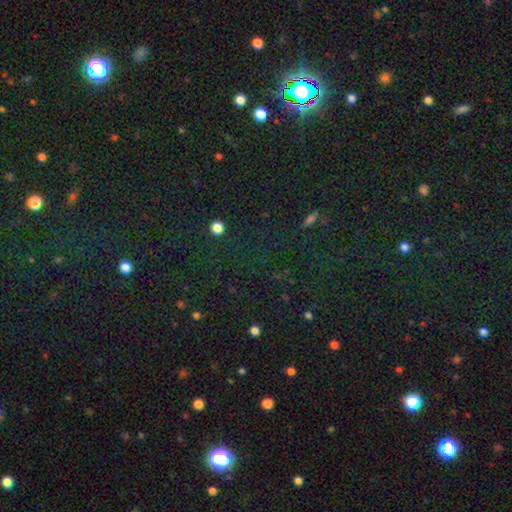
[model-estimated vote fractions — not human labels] Smooth or featured?
  - star or artifact: 76% *
  - smooth: 17%
  - featured or disk: 7%